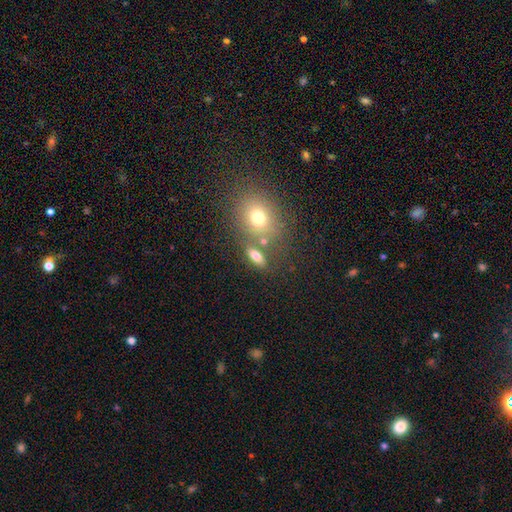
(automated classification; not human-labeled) Smooth or featured? Predicted: smooth (p=0.74). How rounded? Predicted: in between (p=0.71). Merging? Predicted: none (p=0.64).